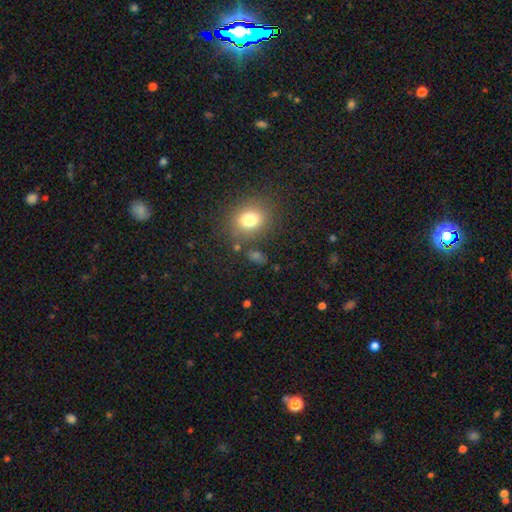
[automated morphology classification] type=smooth (75%); roundness=in between (51%); merging=none (80%).